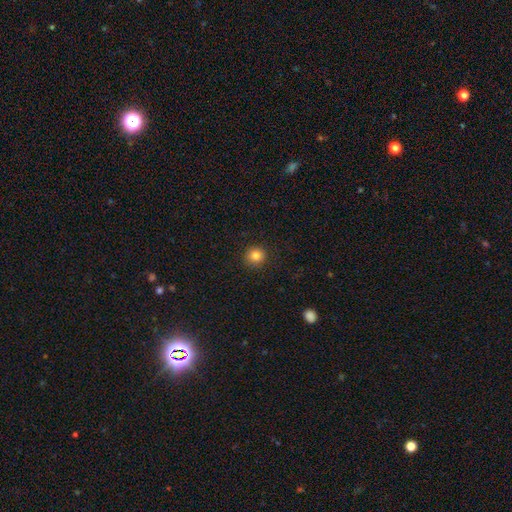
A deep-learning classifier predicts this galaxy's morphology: Smooth or featured? Predicted: smooth (p=0.84). How rounded? Predicted: round (p=0.93). Merging? Predicted: none (p=0.92).